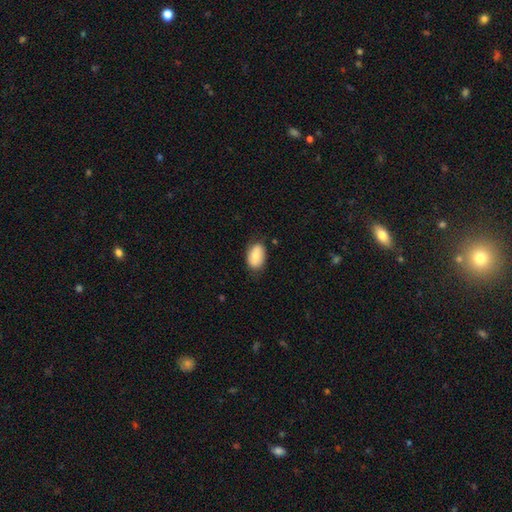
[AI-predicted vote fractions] A smooth galaxy with no disk features (76%) that is in between round and cigar-shaped (90%). Merging: none (74%).